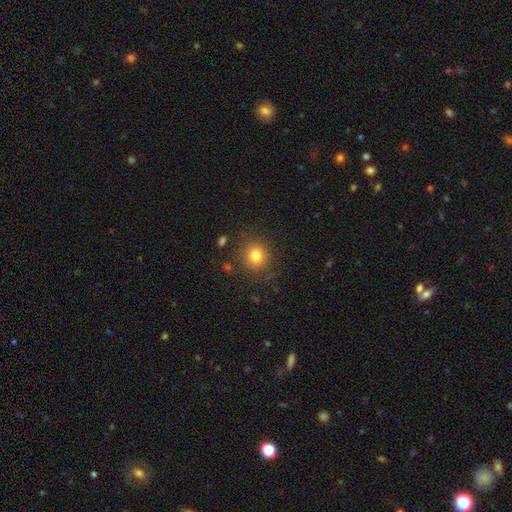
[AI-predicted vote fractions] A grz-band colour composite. It shows a smooth galaxy with no disk features (81%) that is round (87%). Merging: none (84%).